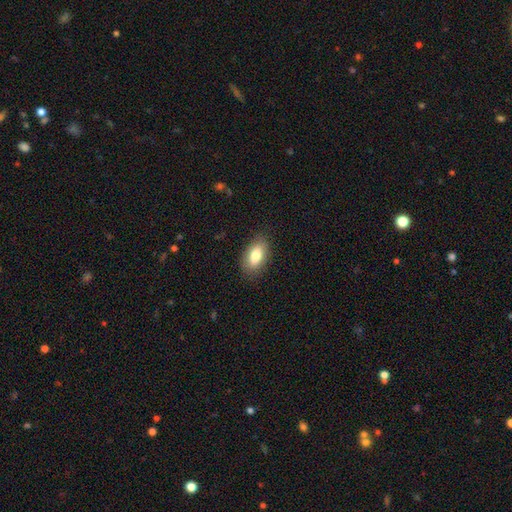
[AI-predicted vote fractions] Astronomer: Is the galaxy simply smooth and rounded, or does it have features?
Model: smooth — 79%.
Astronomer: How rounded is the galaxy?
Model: in between — 90%.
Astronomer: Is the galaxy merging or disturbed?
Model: none — 85%.